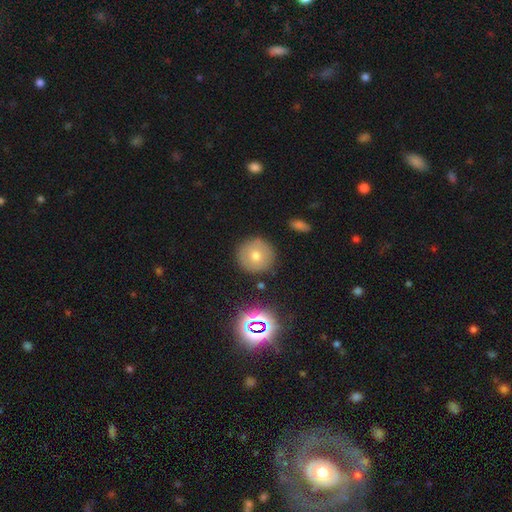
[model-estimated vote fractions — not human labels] smooth 65%, featured or disk 19%, star or artifact 16%. Down the decision tree: how rounded — round (94%); merging — none (87%).